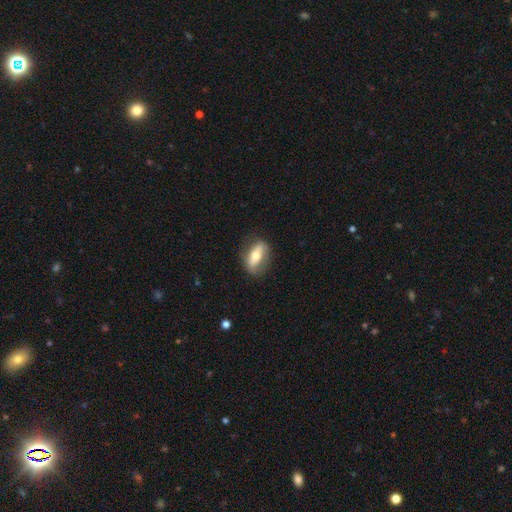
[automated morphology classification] A smooth galaxy with no disk features (48%). Merging: none (78%).